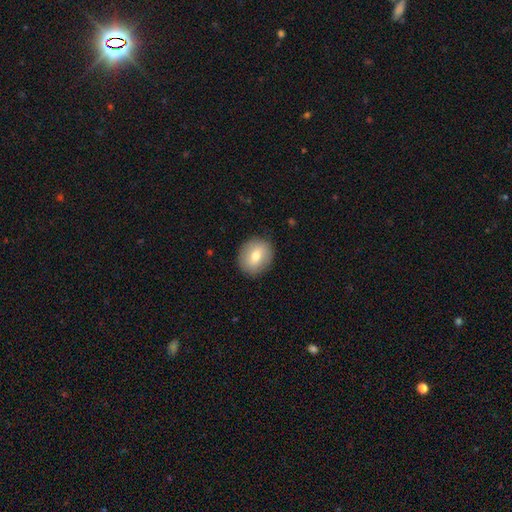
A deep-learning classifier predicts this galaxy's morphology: type=smooth (69%); roundness=round (73%); merging=none (88%).